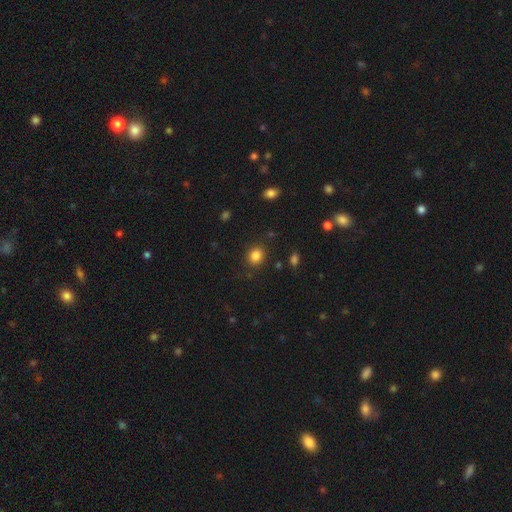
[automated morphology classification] The model was most divided on "how rounded": round: 70%, in between: 29%, cigar-shaped: 1%. More confident: merging — none (86%); smooth or featured — smooth (84%).